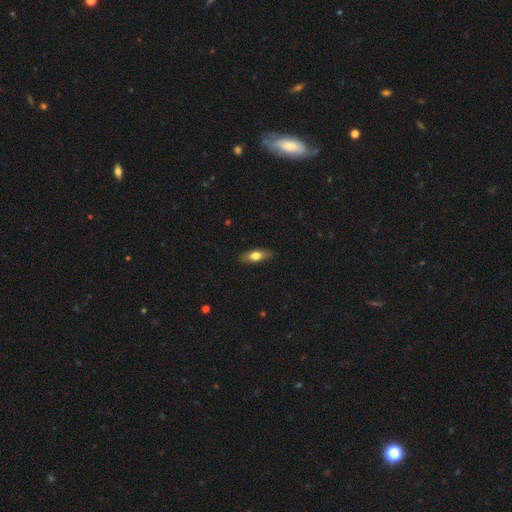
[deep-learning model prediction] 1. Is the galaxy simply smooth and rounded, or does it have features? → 65% smooth, 29% featured or disk, 6% star or artifact.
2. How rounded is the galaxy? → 63% in between, 34% cigar-shaped, 3% round.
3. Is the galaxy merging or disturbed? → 86% none, 11% minor disturbance, 2% major disturbance, 1% merger.